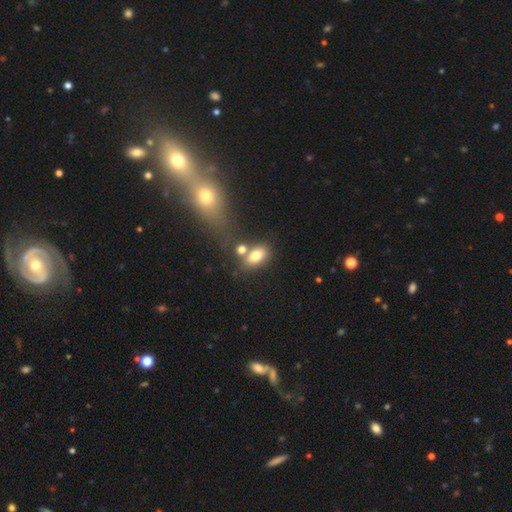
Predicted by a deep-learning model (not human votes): Smooth or featured? Predicted: smooth (p=0.76). How rounded? Predicted: in between (p=0.84). Merging? Predicted: none (p=0.51).